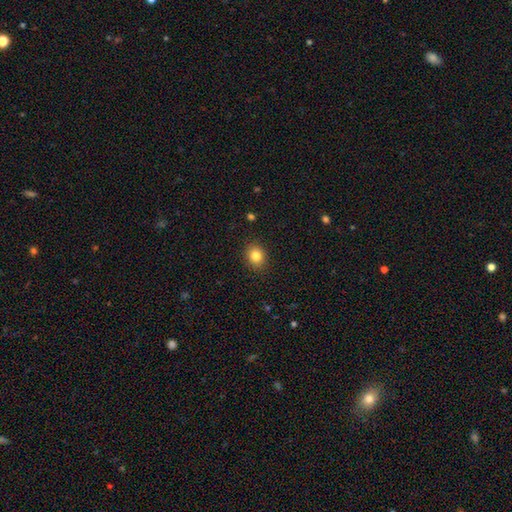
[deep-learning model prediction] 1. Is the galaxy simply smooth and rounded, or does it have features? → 83% smooth, 10% star or artifact, 6% featured or disk.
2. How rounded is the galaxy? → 63% round, 36% in between, 1% cigar-shaped.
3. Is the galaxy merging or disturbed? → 89% none, 8% minor disturbance, 2% major disturbance, 1% merger.